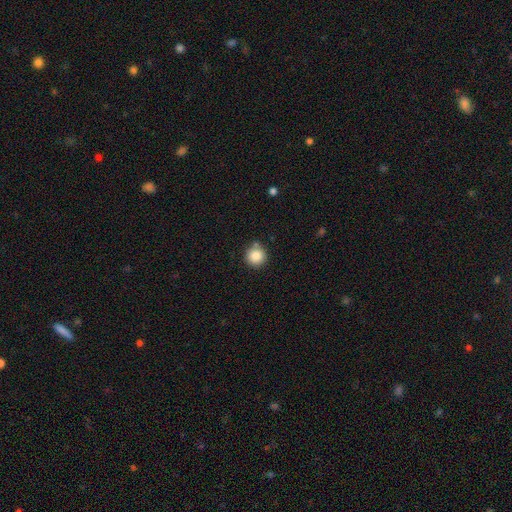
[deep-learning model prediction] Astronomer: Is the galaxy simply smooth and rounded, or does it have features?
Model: smooth — 85%.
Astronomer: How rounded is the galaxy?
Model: round — 95%.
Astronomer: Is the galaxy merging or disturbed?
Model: none — 81%.